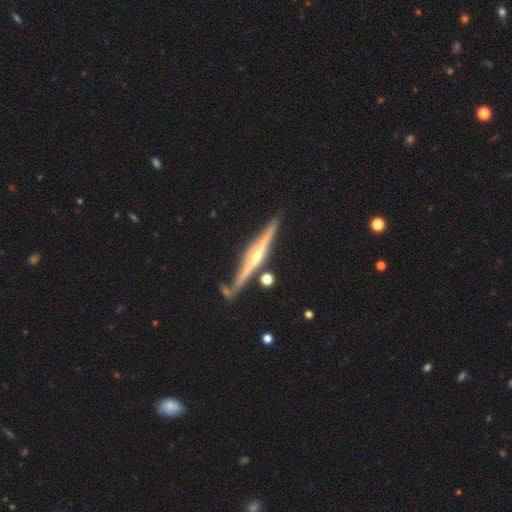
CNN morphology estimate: A featured or disk galaxy (85%) viewed edge-on (98%) with a rounded central bulge (88%). Merging: none (83%).